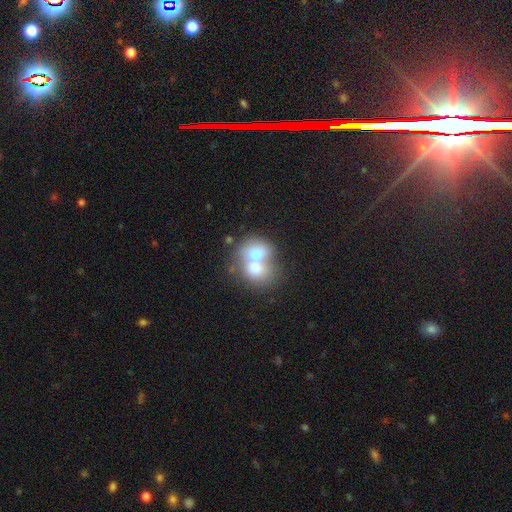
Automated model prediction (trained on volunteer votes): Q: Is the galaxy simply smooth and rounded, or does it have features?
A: smooth — 64%.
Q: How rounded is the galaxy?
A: round — 57%.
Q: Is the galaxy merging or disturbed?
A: merger — 76%.